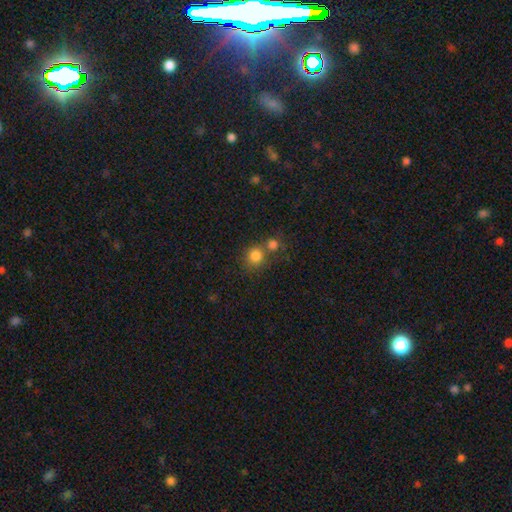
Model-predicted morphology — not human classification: Smooth or featured? smooth (81%)
How rounded? round (86%)
Merging? none (53%)